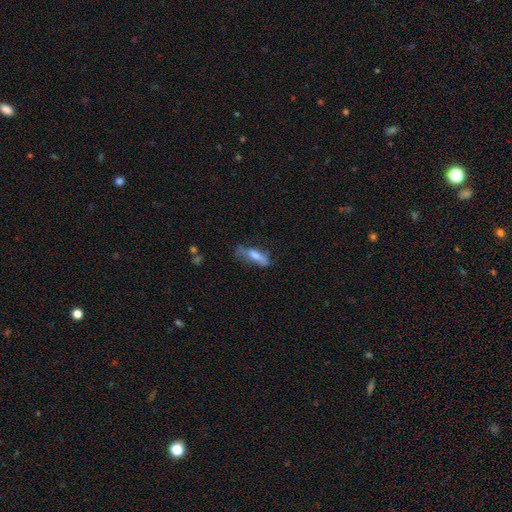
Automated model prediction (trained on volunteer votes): Morphology: type=smooth (66%); roundness=cigar-shaped (52%); merging=none (42%).